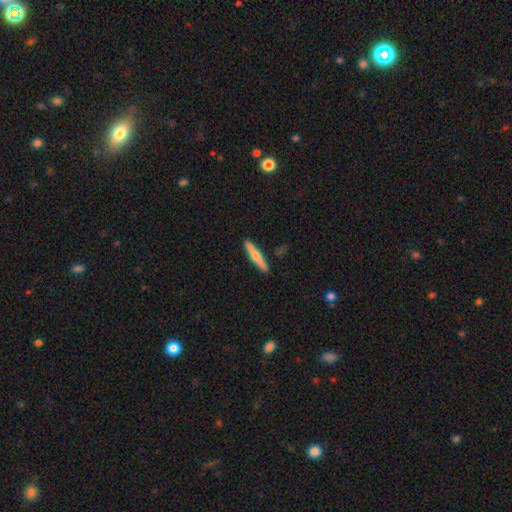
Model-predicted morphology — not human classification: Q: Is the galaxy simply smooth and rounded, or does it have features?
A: smooth — 53%.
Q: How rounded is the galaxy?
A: cigar-shaped — 90%.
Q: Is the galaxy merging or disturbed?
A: none — 89%.